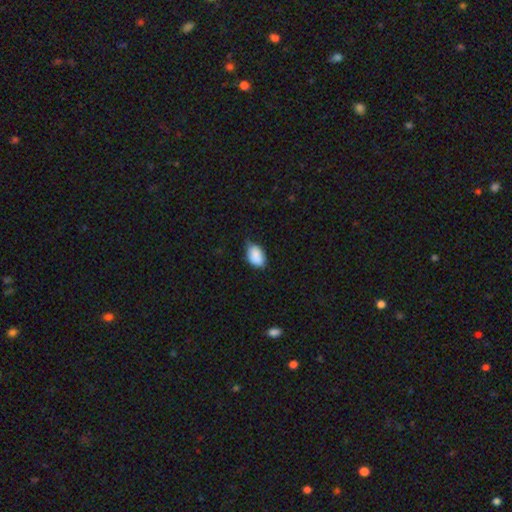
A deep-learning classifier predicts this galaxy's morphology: A smooth galaxy with no disk features (87%) that is in between round and cigar-shaped (86%). Merging: none (54%).